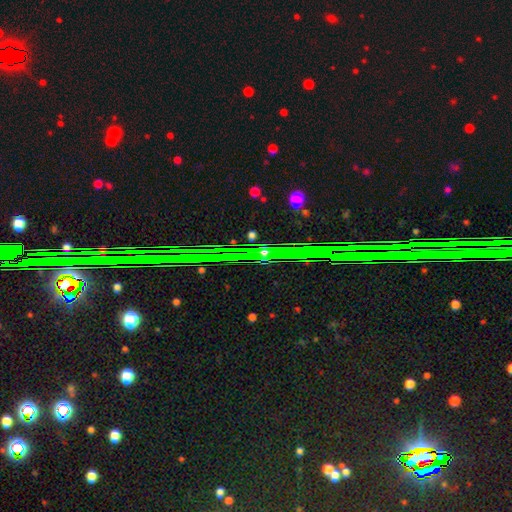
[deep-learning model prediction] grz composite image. It shows a star or artifact, not a galaxy (77%).